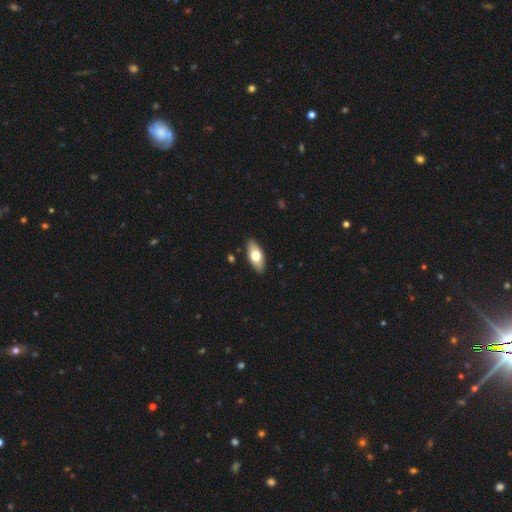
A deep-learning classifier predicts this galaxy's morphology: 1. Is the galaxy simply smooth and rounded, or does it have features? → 69% smooth, 25% featured or disk, 6% star or artifact.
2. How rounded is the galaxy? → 86% in between, 11% cigar-shaped, 3% round.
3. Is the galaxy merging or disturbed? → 89% none, 8% minor disturbance, 2% major disturbance, 1% merger.